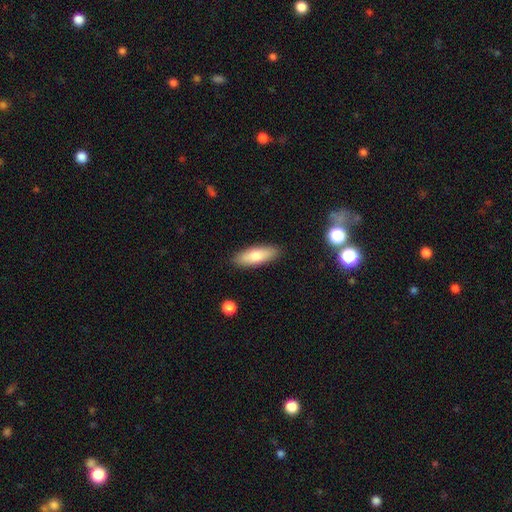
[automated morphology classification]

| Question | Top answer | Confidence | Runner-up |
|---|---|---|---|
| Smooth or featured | smooth | 73% | featured or disk (21%) |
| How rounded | in between | 63% | cigar-shaped (35%) |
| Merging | none | 88% | minor disturbance (9%) |